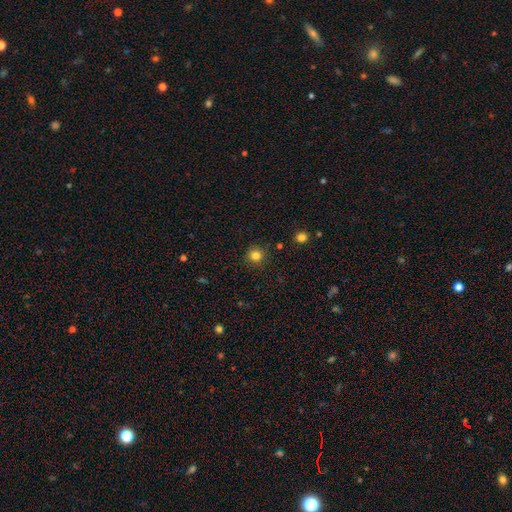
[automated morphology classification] Q: Smooth or featured?
A: smooth (82%); runner-up: star or artifact (13%)
Q: How rounded?
A: round (94%); runner-up: in between (5%)
Q: Merging?
A: none (90%); runner-up: minor disturbance (7%)